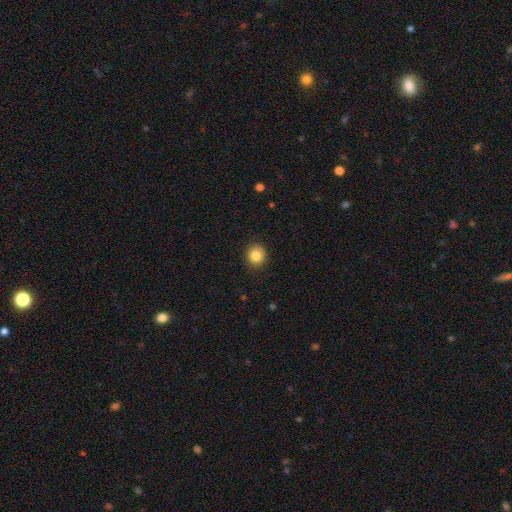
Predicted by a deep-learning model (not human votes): smooth 85%, star or artifact 10%, featured or disk 5%. Down the decision tree: how rounded — round (84%); merging — none (89%).